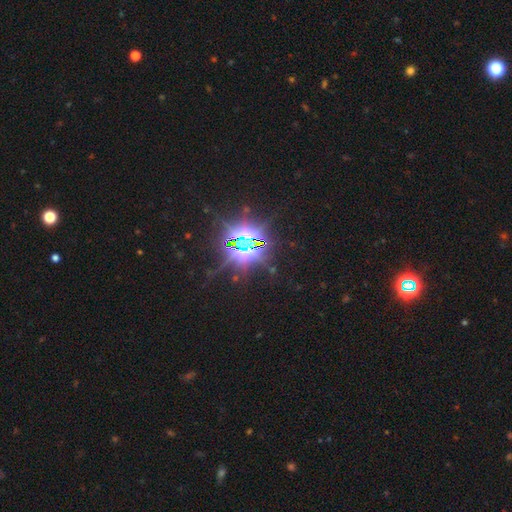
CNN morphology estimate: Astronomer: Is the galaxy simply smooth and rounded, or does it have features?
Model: star or artifact — 87%.